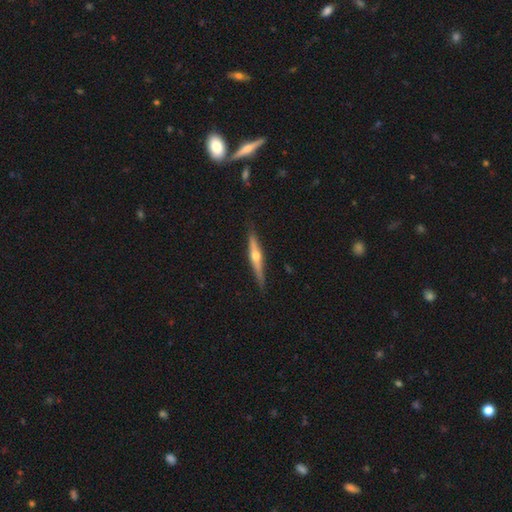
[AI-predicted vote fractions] smooth_or_featured: featured or disk (p=0.70) [alt: smooth p=0.24]
disk_edge_on: yes (p=0.96) [alt: no p=0.04]
edge_on_bulge: rounded (p=0.92) [alt: none p=0.05]
merging: none (p=0.86) [alt: minor disturbance p=0.11]